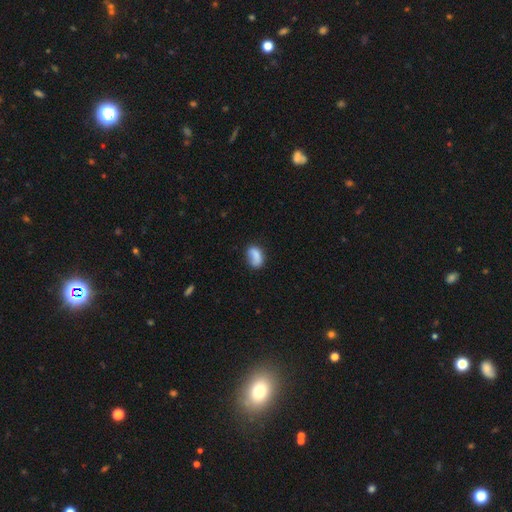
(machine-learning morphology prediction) type=smooth (80%); roundness=in between (86%); merging=none (56%).